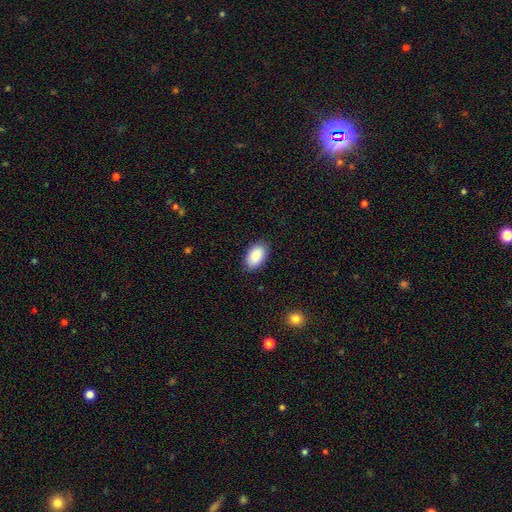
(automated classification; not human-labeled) Overall: smooth (90%). How rounded: in between (95%). Merging: none (86%).